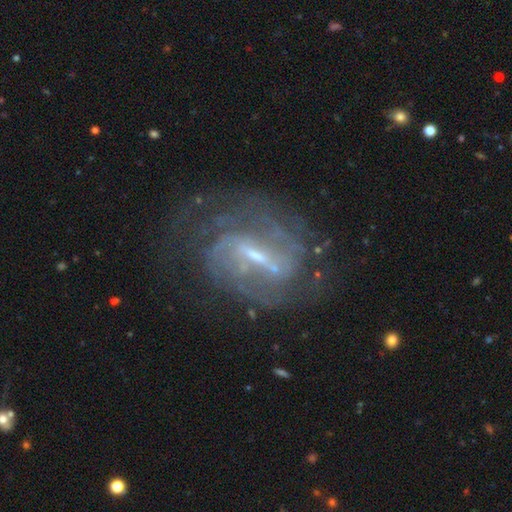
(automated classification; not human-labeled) Smooth or featured: featured or disk — 84% (star or artifact — 8%)
Edge-on disk: no — 94% (yes — 6%)
Bar: strong — 49% (weak — 40%)
Spiral arms: yes — 87% (no — 13%)
Spiral winding: medium — 42% (tight — 40%)
Spiral arm count: 2 — 41% (can't tell — 33%)
Bulge size: small — 57% (moderate — 30%)
Merging: none — 58% (major disturbance — 20%)